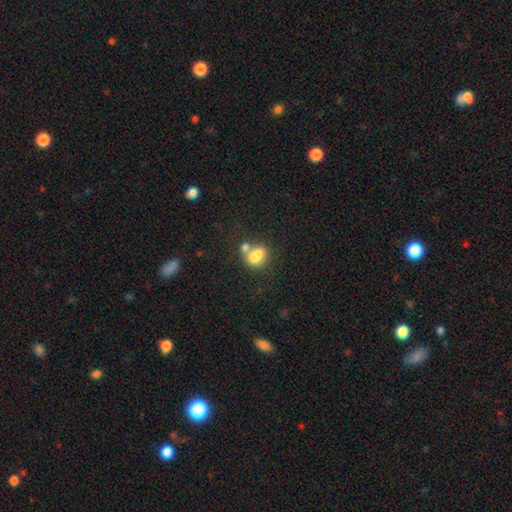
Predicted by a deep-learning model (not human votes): smooth-or-featured: smooth: 76% | featured or disk: 13% | star or artifact: 11%
  how-rounded: in between: 58% | round: 40% | cigar-shaped: 2%
  merging: merger: 45% | none: 36% | minor disturbance: 13% | major disturbance: 6%